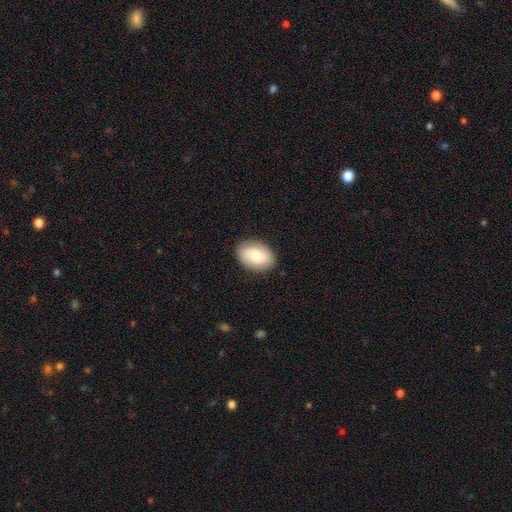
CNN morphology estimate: Smooth or featured?
  - smooth: 72% *
  - featured or disk: 21%
  - star or artifact: 6%
How rounded?
  - in between: 80% *
  - round: 19%
  - cigar-shaped: 1%
Merging?
  - none: 86% *
  - minor disturbance: 11%
  - major disturbance: 3%
  - merger: 1%